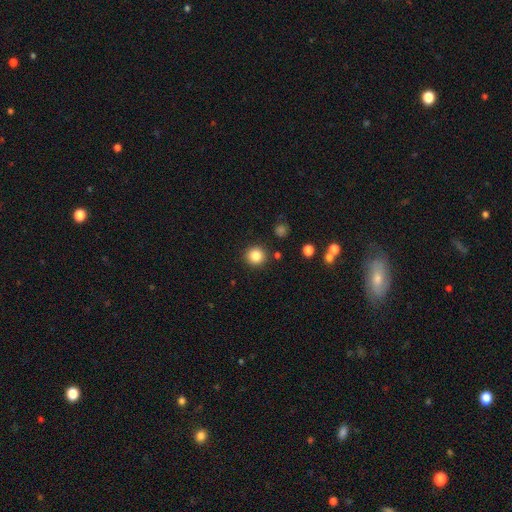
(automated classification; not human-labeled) This is clearly a smooth galaxy (84%). How rounded: clearly round (93%). Merging: clearly none (89%).